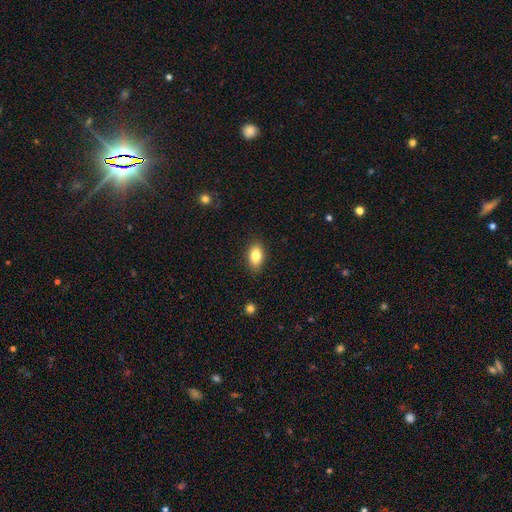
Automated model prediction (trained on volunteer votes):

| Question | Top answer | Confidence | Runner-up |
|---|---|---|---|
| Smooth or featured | smooth | 83% | featured or disk (9%) |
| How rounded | in between | 89% | round (8%) |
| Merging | none | 87% | minor disturbance (10%) |